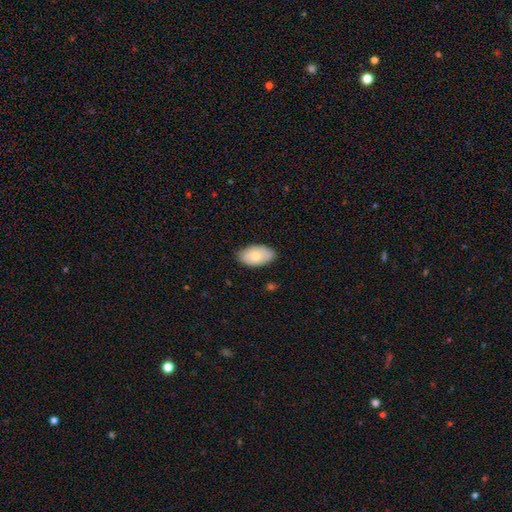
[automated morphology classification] Smooth or featured?
  - smooth: 74% *
  - featured or disk: 20%
  - star or artifact: 6%
How rounded?
  - in between: 94% *
  - round: 4%
  - cigar-shaped: 1%
Merging?
  - none: 79% *
  - minor disturbance: 17%
  - major disturbance: 2%
  - merger: 1%